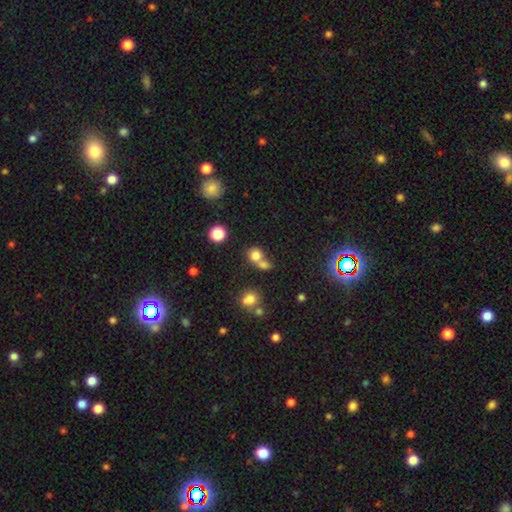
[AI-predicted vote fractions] A smooth galaxy with no disk features (77%) that is round (80%).

Vote fractions:
- Smooth or featured? smooth: 77% / star or artifact: 15% / featured or disk: 9%
- How rounded? round: 80% / in between: 19% / cigar-shaped: 1%
- Merging? merger: 47% / none: 42% / minor disturbance: 7% / major disturbance: 4%